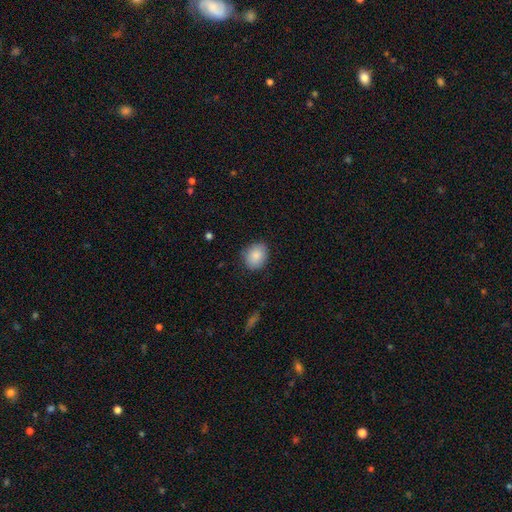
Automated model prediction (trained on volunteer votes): Smooth or featured? Predicted: smooth (p=0.87). How rounded? Predicted: round (p=0.63). Merging? Predicted: none (p=0.82).